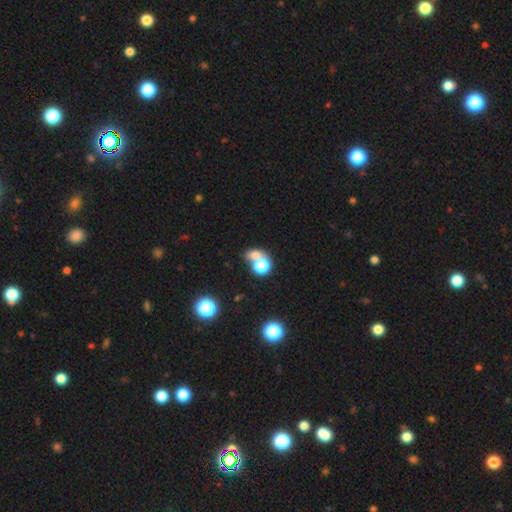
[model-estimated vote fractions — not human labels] Q: Smooth or featured?
A: smooth (68%); runner-up: star or artifact (19%)
Q: How rounded?
A: round (53%); runner-up: in between (45%)
Q: Merging?
A: merger (50%); runner-up: none (38%)